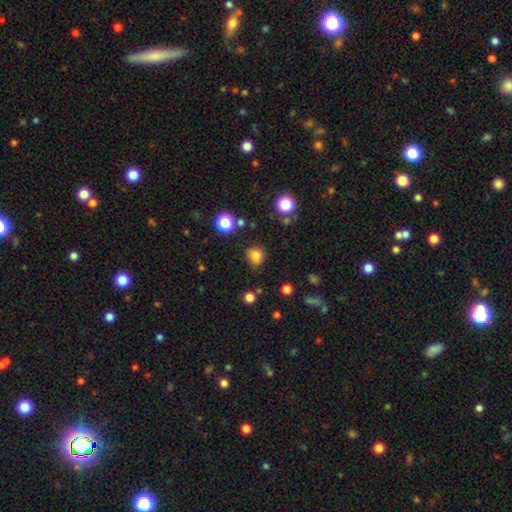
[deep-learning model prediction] smooth-or-featured: smooth: 81% | star or artifact: 14% | featured or disk: 5%
  how-rounded: round: 76% | in between: 23% | cigar-shaped: 1%
  merging: none: 78% | minor disturbance: 15% | major disturbance: 4% | merger: 4%